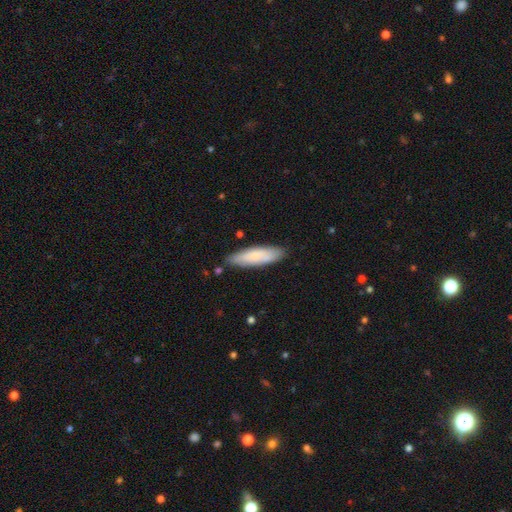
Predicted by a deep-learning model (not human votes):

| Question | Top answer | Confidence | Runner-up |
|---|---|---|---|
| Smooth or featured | smooth | 74% | featured or disk (20%) |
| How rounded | cigar-shaped | 69% | in between (30%) |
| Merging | none | 84% | minor disturbance (12%) |